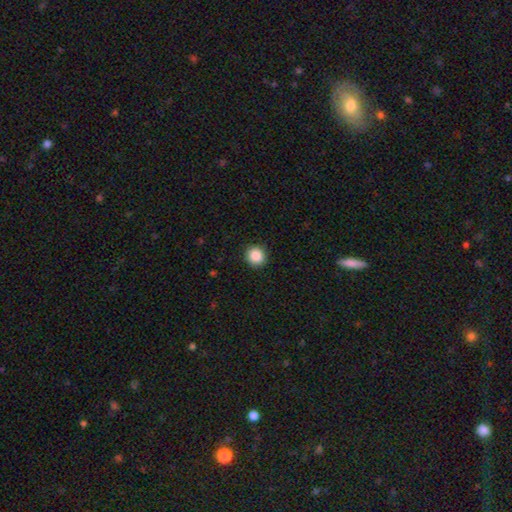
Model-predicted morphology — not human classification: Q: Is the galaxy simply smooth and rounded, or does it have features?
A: smooth — 88%.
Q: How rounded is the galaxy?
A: round — 90%.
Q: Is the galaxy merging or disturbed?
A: none — 91%.